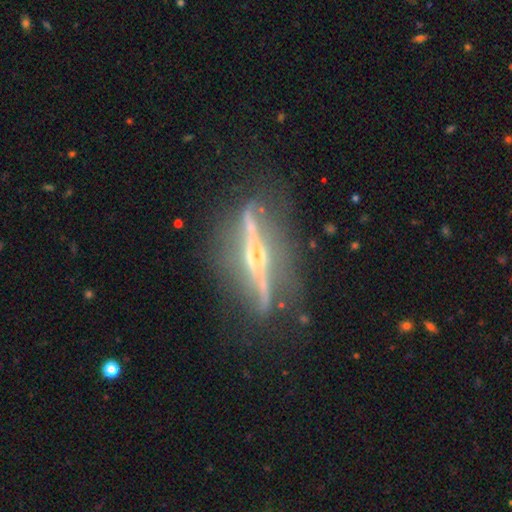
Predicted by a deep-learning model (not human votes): smooth_or_featured: featured or disk (p=0.88) [alt: smooth p=0.07]
disk_edge_on: yes (p=0.92) [alt: no p=0.08]
edge_on_bulge: rounded (p=0.92) [alt: none p=0.04]
merging: none (p=0.77) [alt: minor disturbance p=0.14]